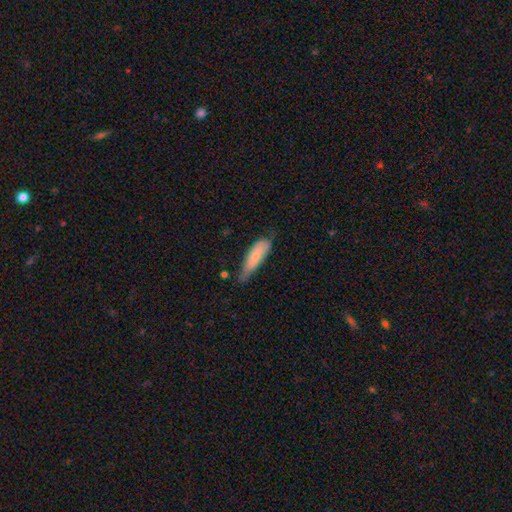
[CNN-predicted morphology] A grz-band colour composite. It shows a smooth galaxy with no disk features (76%) that is cigar-shaped (53%). Merging: minor disturbance (45%).